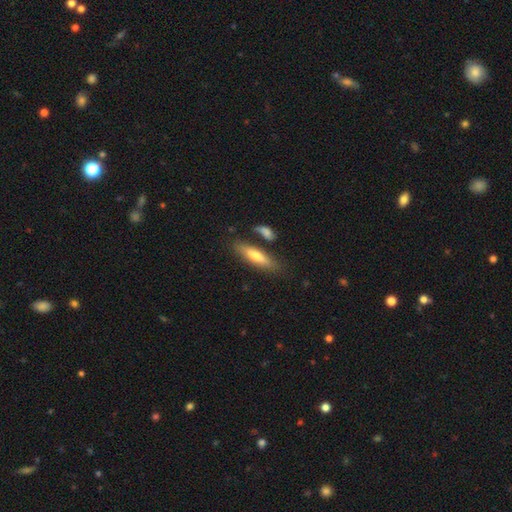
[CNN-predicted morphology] Smooth or featured? Predicted: smooth (p=0.63). How rounded? Predicted: cigar-shaped (p=0.69). Merging? Predicted: none (p=0.71).